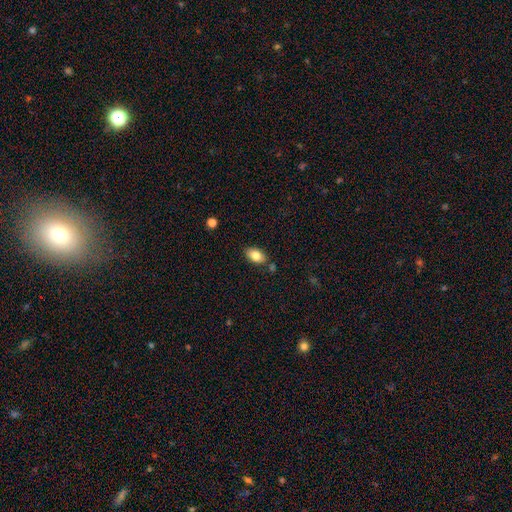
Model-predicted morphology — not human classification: smooth_or_featured: smooth (p=0.81) [alt: featured or disk p=0.11]
how_rounded: in between (p=0.91) [alt: round p=0.07]
merging: none (p=0.80) [alt: minor disturbance p=0.12]